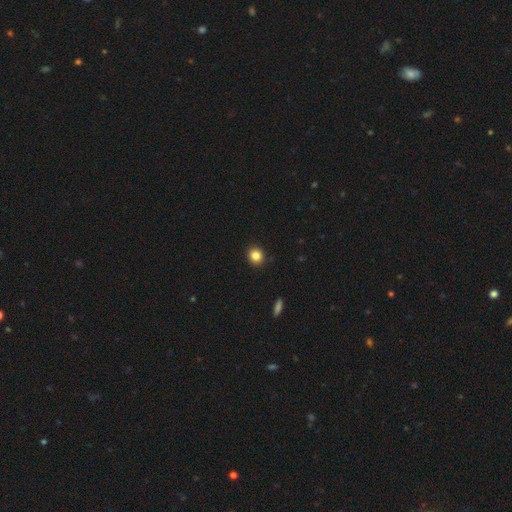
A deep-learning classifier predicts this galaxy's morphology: Smooth or featured?
  - smooth: 85% *
  - star or artifact: 11%
  - featured or disk: 5%
How rounded?
  - round: 87% *
  - in between: 12%
  - cigar-shaped: 1%
Merging?
  - none: 92% *
  - minor disturbance: 6%
  - major disturbance: 2%
  - merger: 1%